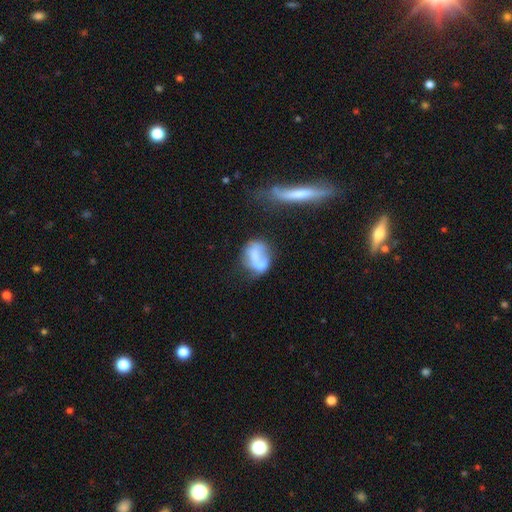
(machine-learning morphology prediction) Smooth or featured: smooth — 50% (featured or disk — 40%)
Merging: none — 30% (major disturbance — 24%)